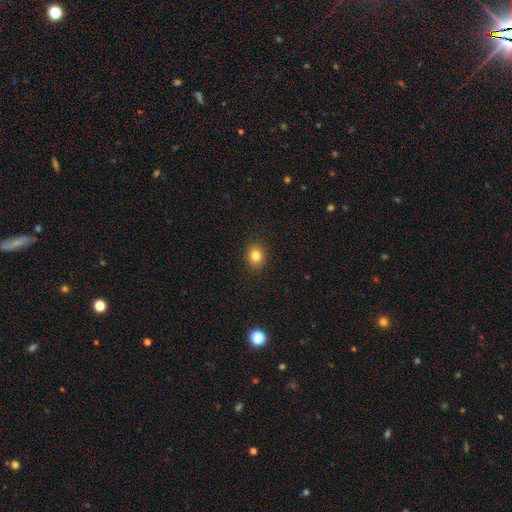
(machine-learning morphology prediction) Overall: smooth (82%). How rounded: round (66%; in between 33%). Merging: none (90%).